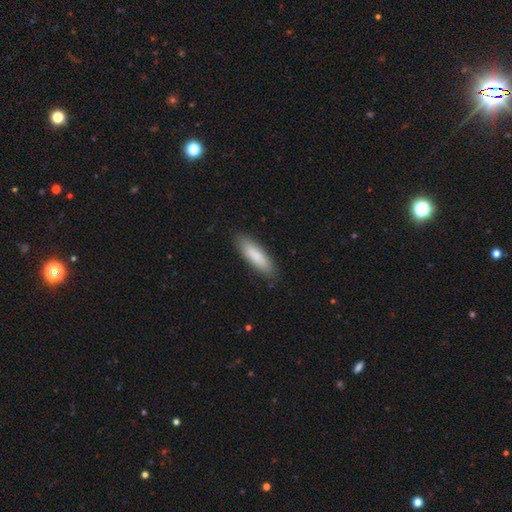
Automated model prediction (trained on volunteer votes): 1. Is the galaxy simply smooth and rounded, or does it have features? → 84% smooth, 11% featured or disk, 5% star or artifact.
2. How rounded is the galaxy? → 56% cigar-shaped, 42% in between, 1% round.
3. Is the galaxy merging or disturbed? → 86% none, 11% minor disturbance, 2% major disturbance, 1% merger.